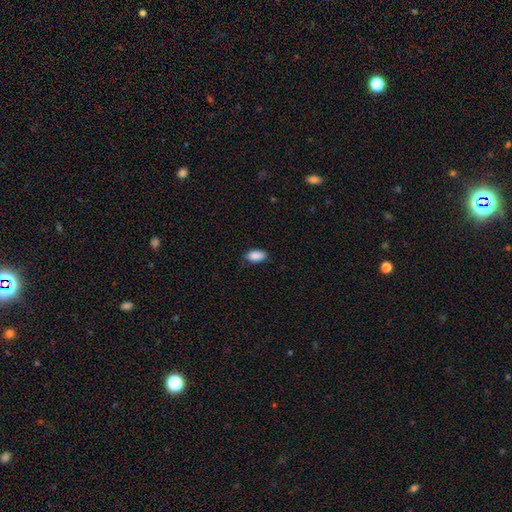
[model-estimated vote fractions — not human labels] Smooth or featured? Predicted: smooth (p=0.89). How rounded? Predicted: in between (p=0.93). Merging? Predicted: none (p=0.82).